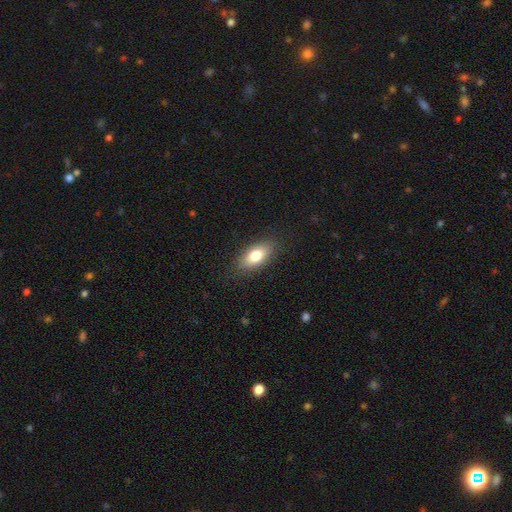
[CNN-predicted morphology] Q: Smooth or featured?
A: smooth (79%); runner-up: featured or disk (14%)
Q: How rounded?
A: in between (87%); runner-up: cigar-shaped (9%)
Q: Merging?
A: none (86%); runner-up: minor disturbance (10%)